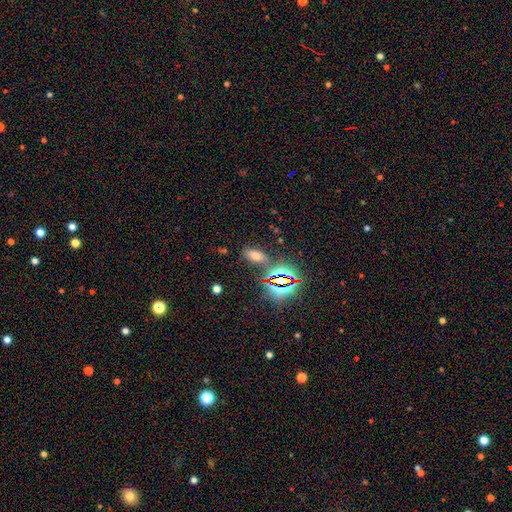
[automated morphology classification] Overall: smooth (58%; star or artifact 32%). How rounded: in between (85%). Merging: none (75%).